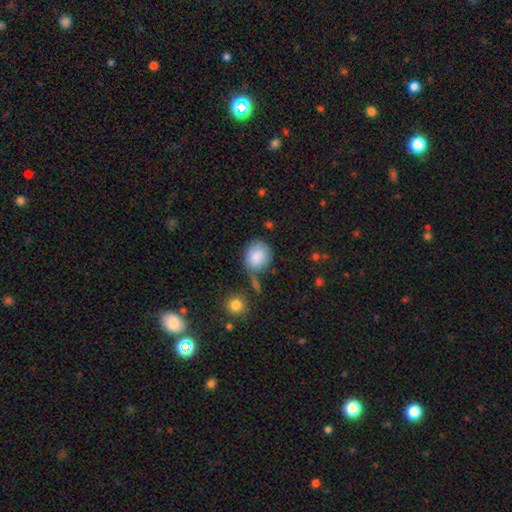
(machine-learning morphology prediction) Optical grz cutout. It shows a smooth galaxy with no disk features (85%) that is round (64%). Merging: none (58%).